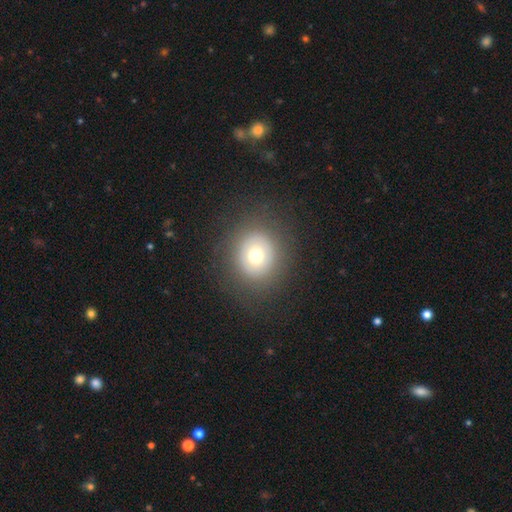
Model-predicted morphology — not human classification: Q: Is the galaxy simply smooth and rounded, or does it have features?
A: smooth — 66%.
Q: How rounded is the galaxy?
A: round — 86%.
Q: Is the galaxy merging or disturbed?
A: none — 85%.